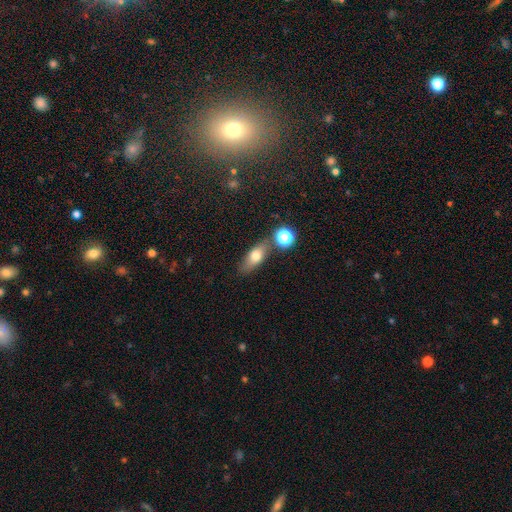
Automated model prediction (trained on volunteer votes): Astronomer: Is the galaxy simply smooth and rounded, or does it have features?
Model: smooth — 68%.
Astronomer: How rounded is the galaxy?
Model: in between — 67%.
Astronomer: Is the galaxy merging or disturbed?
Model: none — 70%.